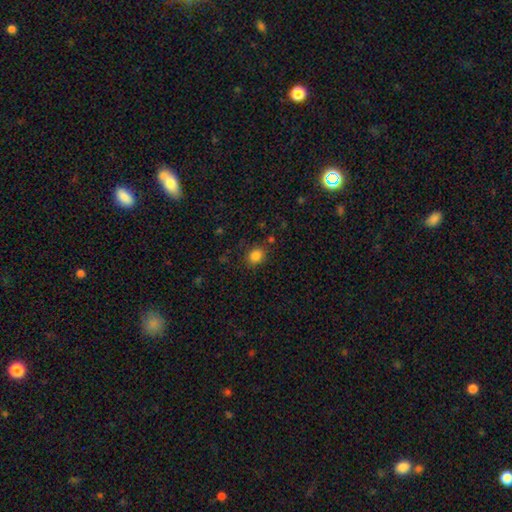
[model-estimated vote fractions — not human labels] The model was most divided on "how rounded": round: 65%, in between: 34%, cigar-shaped: 1%. More confident: smooth or featured — smooth (84%); merging — none (83%).